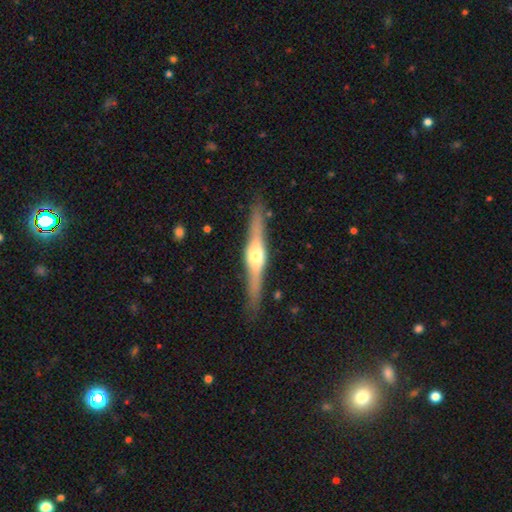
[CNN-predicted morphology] A featured or disk galaxy (78%) viewed edge-on (97%) with a rounded central bulge (90%). Merging: none (88%).